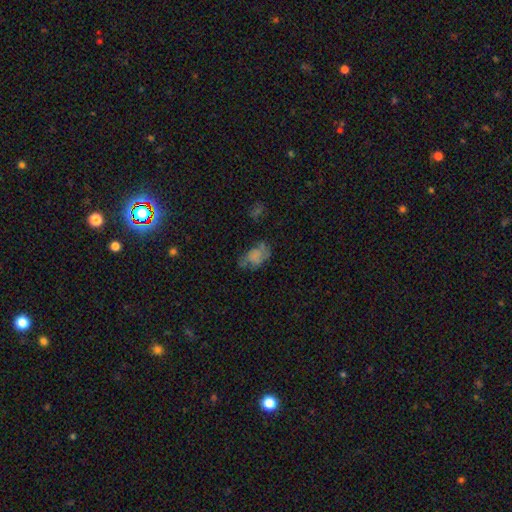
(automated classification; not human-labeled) smooth-or-featured: smooth: 56% | featured or disk: 31% | star or artifact: 13%
  how-rounded: in between: 88% | round: 10% | cigar-shaped: 2%
  merging: none: 41% | minor disturbance: 28% | major disturbance: 24% | merger: 7%